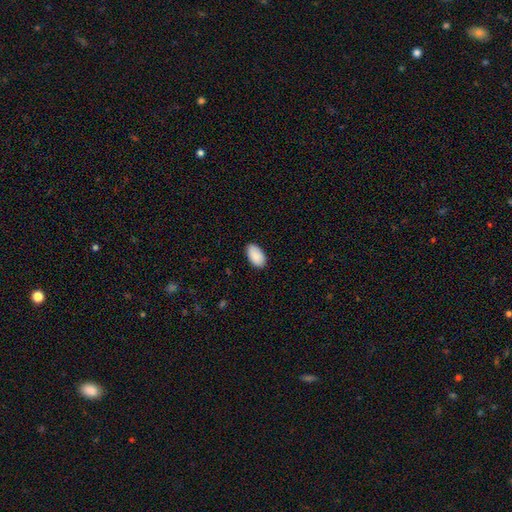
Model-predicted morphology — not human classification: Overall: smooth (90%). How rounded: in between (95%). Merging: none (87%).